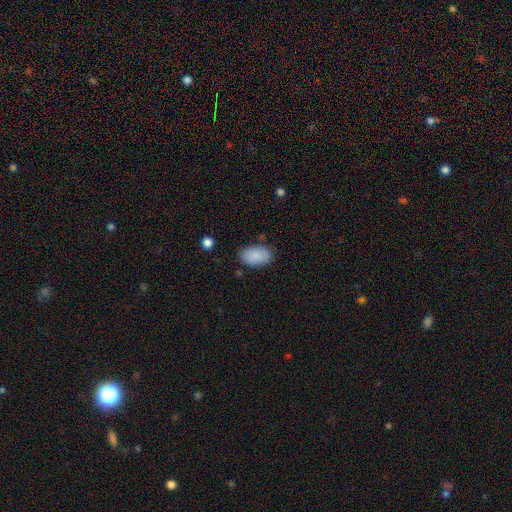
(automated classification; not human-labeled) A smooth galaxy with no disk features (89%) that is in between round and cigar-shaped (93%). Merging: none (82%).